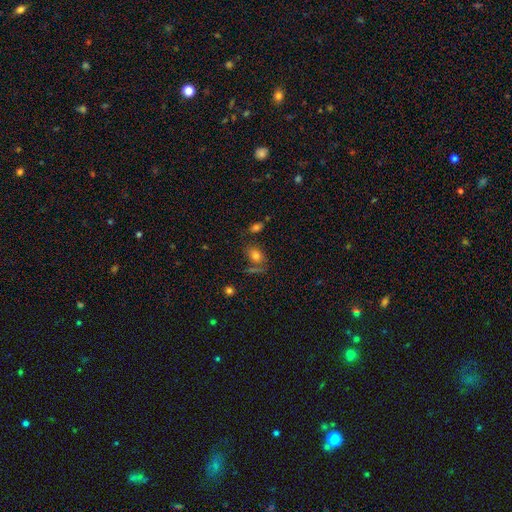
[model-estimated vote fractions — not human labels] Smooth or featured? Predicted: smooth (p=0.77). How rounded? Predicted: in between (p=0.81). Merging? Predicted: none (p=0.60).